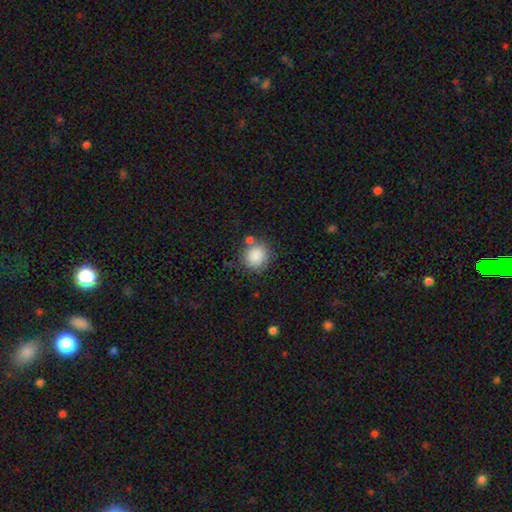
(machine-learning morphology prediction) Q: Smooth or featured?
A: smooth (86%); runner-up: star or artifact (9%)
Q: How rounded?
A: round (84%); runner-up: in between (15%)
Q: Merging?
A: none (70%); runner-up: minor disturbance (15%)